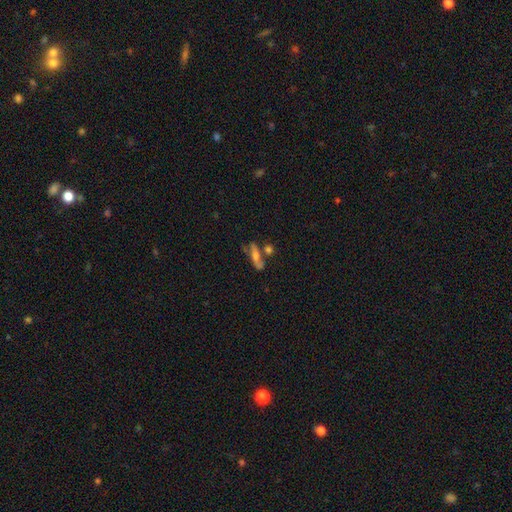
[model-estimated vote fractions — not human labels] Overall: smooth (46%; featured or disk 44%). Merging: none (48%; merger 24%).